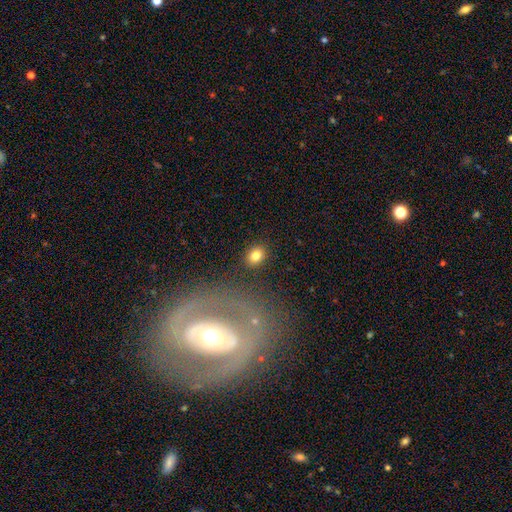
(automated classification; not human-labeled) A smooth galaxy with no disk features (81%) that is in between round and cigar-shaped (51%). Merging: none (86%).